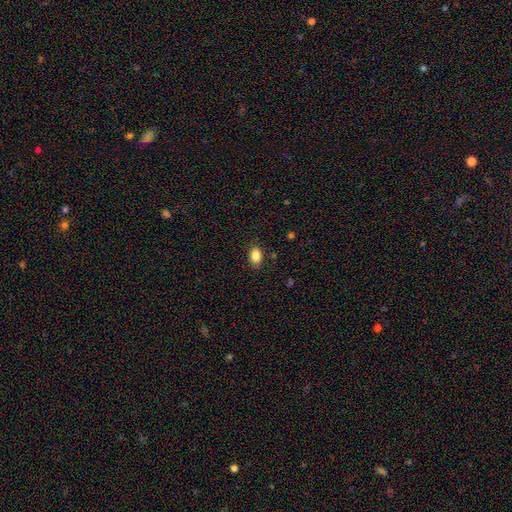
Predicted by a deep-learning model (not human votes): Smooth or featured? Predicted: smooth (p=0.86). How rounded? Predicted: in between (p=0.83). Merging? Predicted: none (p=0.87).